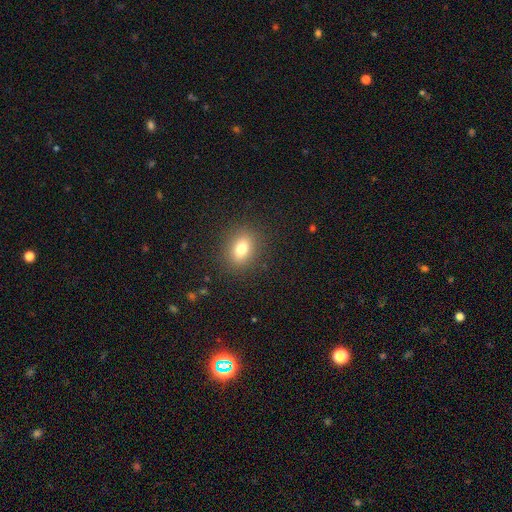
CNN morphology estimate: Q: Smooth or featured?
A: smooth (70%); runner-up: star or artifact (21%)
Q: How rounded?
A: in between (51%); runner-up: round (47%)
Q: Merging?
A: none (90%); runner-up: minor disturbance (6%)